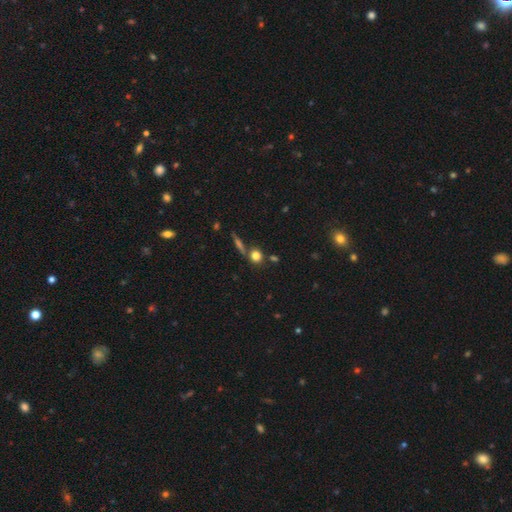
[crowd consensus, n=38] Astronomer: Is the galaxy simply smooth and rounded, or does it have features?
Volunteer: smooth — 82%.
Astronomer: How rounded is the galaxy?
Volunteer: round — 97%.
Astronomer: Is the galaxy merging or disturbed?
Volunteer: none — 77%.